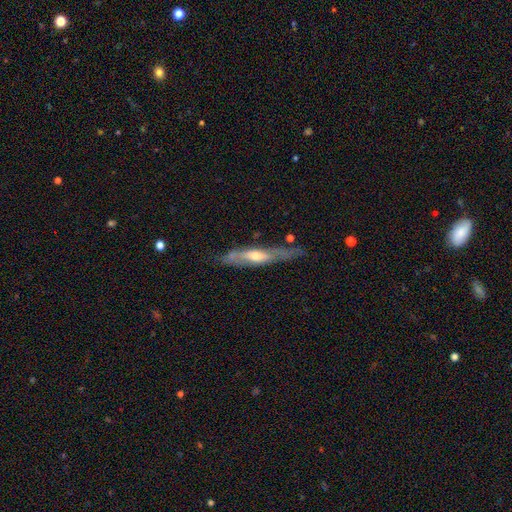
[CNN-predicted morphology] A featured or disk galaxy (63%) viewed edge-on (69%). Merging: none (66%).